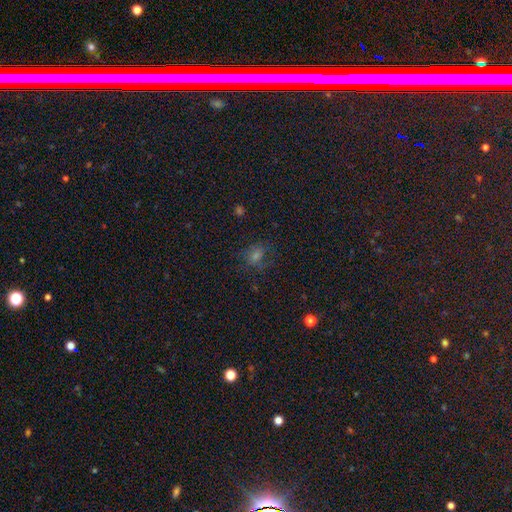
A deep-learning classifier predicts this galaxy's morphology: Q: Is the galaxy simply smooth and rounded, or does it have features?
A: smooth — 59%.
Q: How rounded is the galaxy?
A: in between — 52%.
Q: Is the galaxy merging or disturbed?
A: none — 62%.